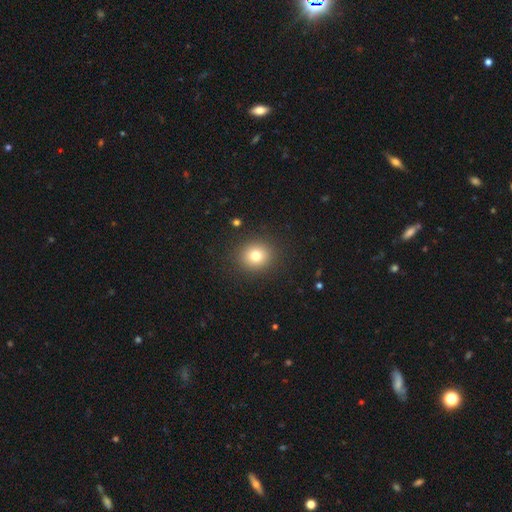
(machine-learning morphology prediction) This appears to be a smooth galaxy with no disk features (78%) that is round (84%). Merging: none (90%).